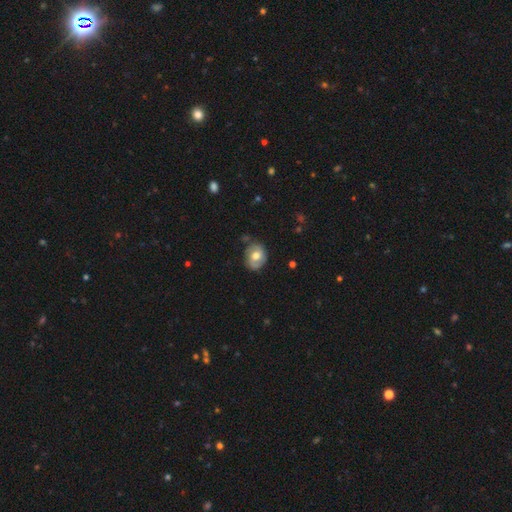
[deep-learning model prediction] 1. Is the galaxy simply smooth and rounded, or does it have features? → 48% smooth, 45% featured or disk, 7% star or artifact.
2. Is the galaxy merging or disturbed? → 72% none, 21% minor disturbance, 5% major disturbance, 2% merger.